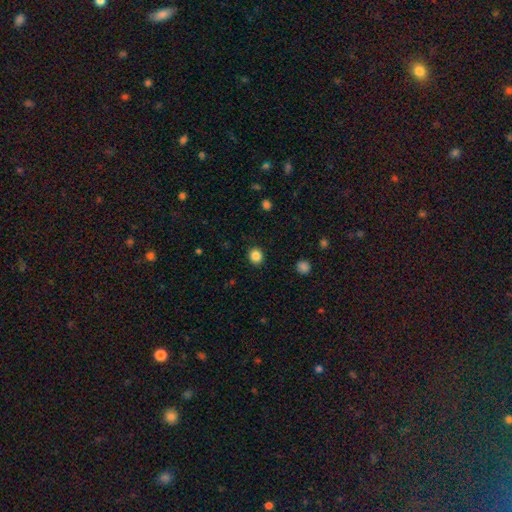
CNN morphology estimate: type=smooth (86%); roundness=round (79%); merging=none (90%).